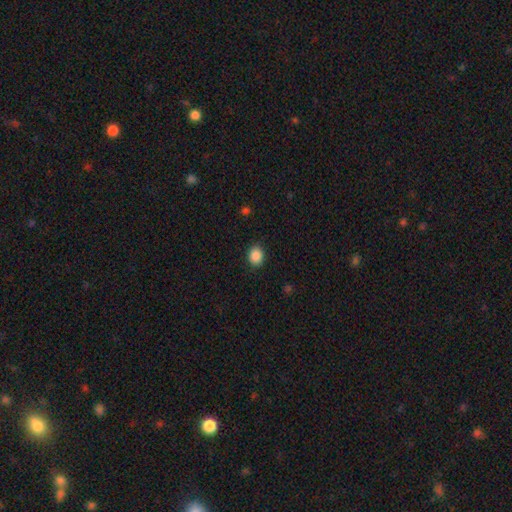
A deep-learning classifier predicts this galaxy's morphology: smooth_or_featured: smooth (p=0.87) [alt: star or artifact p=0.09]
how_rounded: round (p=0.58) [alt: in between p=0.41]
merging: none (p=0.88) [alt: minor disturbance p=0.08]